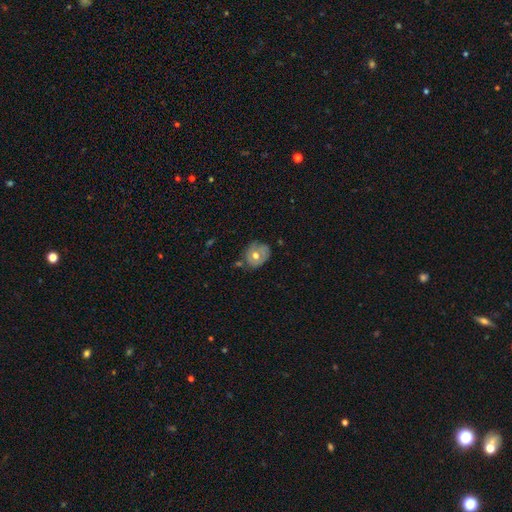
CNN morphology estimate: smooth_or_featured: smooth (p=0.46) [tied with: featured or disk p=0.46]
merging: none (p=0.58) [alt: minor disturbance p=0.28]